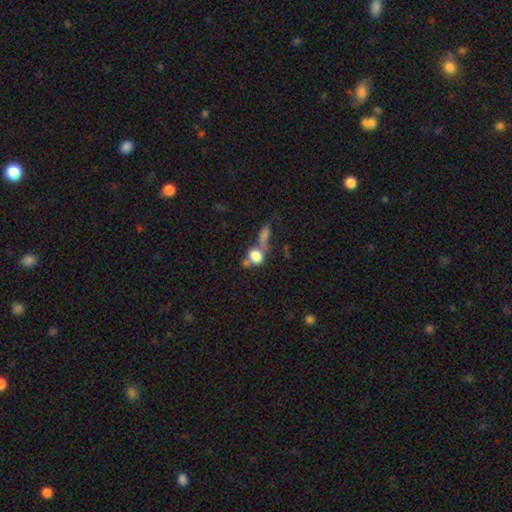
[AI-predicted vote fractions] This is likely a smooth galaxy (76%). How rounded: likely round (68%). Merging: marginally merger (45%).